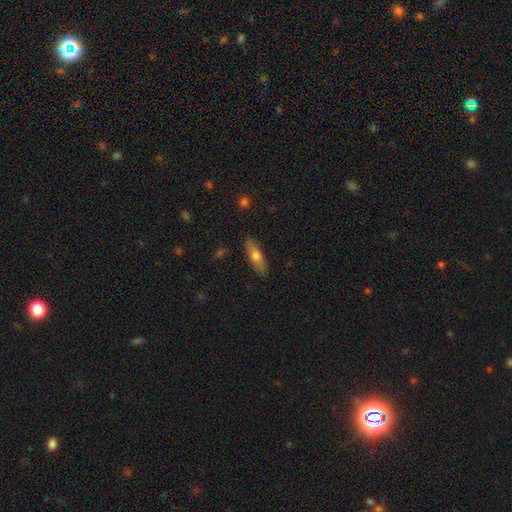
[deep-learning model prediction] A smooth galaxy with no disk features (63%) that is cigar-shaped (57%).

Vote fractions:
- Smooth or featured? smooth: 63% / featured or disk: 31% / star or artifact: 6%
- How rounded? cigar-shaped: 57% / in between: 40% / round: 3%
- Merging? none: 88% / minor disturbance: 9% / major disturbance: 2% / merger: 1%